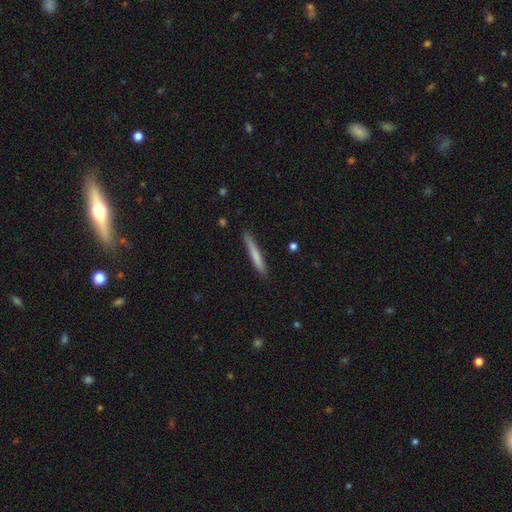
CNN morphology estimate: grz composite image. It shows a smooth galaxy with no disk features (72%) that is cigar-shaped (96%). Merging: none (86%).